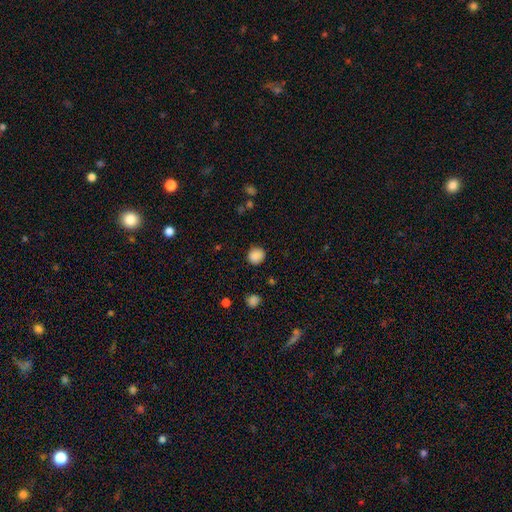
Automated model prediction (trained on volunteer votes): A smooth galaxy with no disk features (86%) that is round (84%). Merging: none (85%).